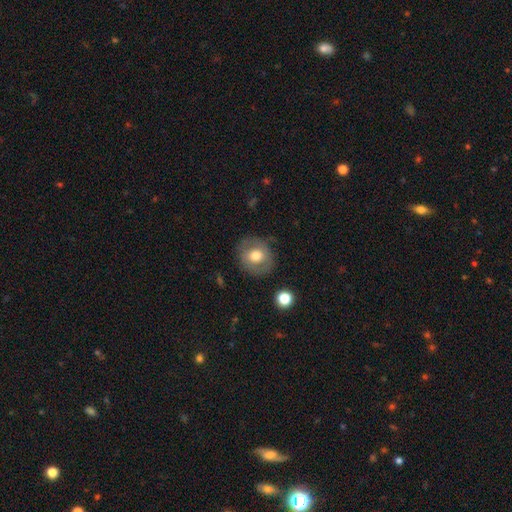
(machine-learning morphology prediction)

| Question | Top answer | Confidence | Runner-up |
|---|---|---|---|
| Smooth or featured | smooth | 63% | featured or disk (29%) |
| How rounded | round | 78% | in between (21%) |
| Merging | none | 81% | minor disturbance (12%) |